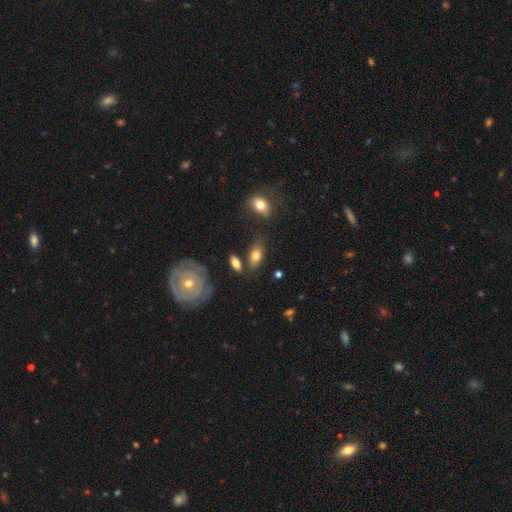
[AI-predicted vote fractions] smooth-or-featured: smooth: 75% | featured or disk: 17% | star or artifact: 8%
  how-rounded: in between: 87% | cigar-shaped: 8% | round: 5%
  merging: none: 69% | minor disturbance: 17% | merger: 9% | major disturbance: 5%